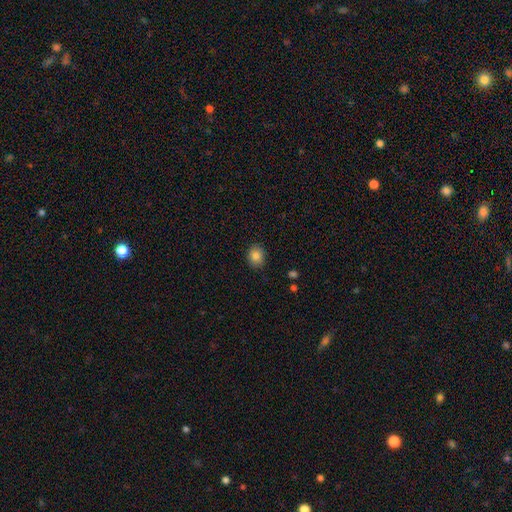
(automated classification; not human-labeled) smooth_or_featured: smooth (p=0.83) [alt: star or artifact p=0.09]
how_rounded: round (p=0.56) [alt: in between p=0.43]
merging: none (p=0.88) [alt: minor disturbance p=0.09]